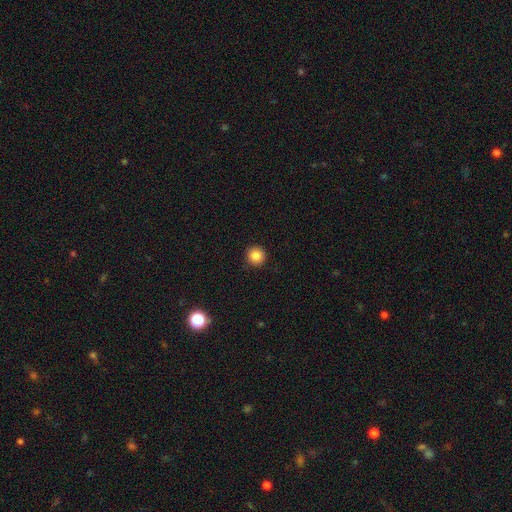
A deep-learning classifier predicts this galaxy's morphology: Q: Smooth or featured?
A: smooth (85%); runner-up: star or artifact (11%)
Q: How rounded?
A: round (96%); runner-up: in between (3%)
Q: Merging?
A: none (92%); runner-up: minor disturbance (5%)